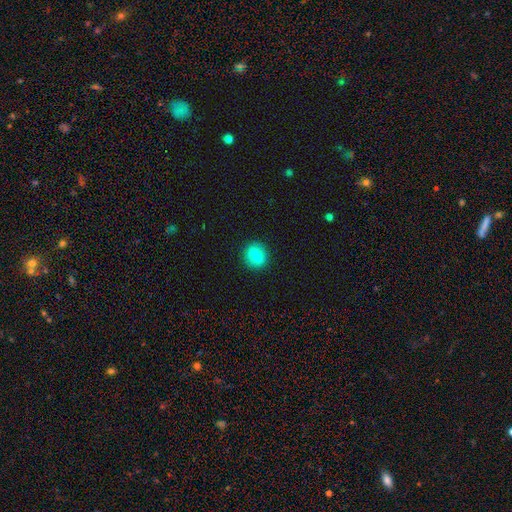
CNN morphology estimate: smooth-or-featured: smooth: 79% | featured or disk: 12% | star or artifact: 9%
  how-rounded: round: 78% | in between: 21% | cigar-shaped: 1%
  merging: none: 91% | minor disturbance: 6% | major disturbance: 2% | merger: 1%